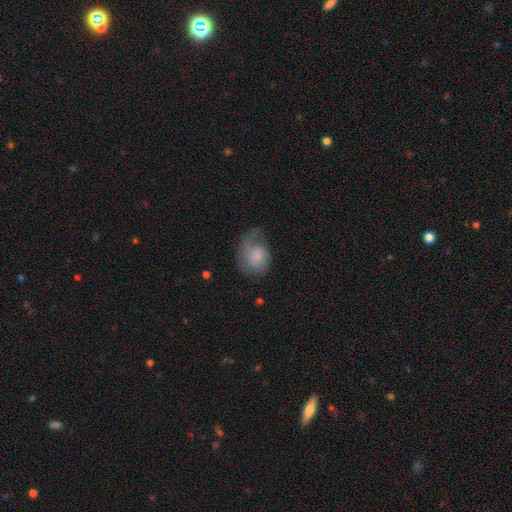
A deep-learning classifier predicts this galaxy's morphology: A smooth galaxy with no disk features (62%) that is in between round and cigar-shaped (64%). Merging: none (38%).